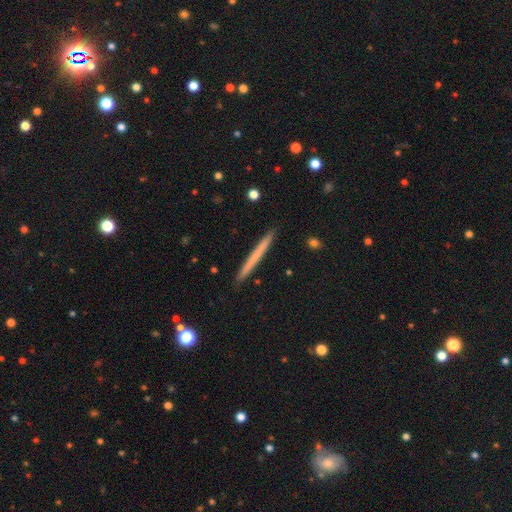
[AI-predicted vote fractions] A smooth galaxy with no disk features (59%) that is cigar-shaped (97%).

Vote fractions:
- Smooth or featured? smooth: 59% / featured or disk: 36% / star or artifact: 5%
- How rounded? cigar-shaped: 97% / in between: 1% / round: 1%
- Merging? none: 92% / minor disturbance: 6% / major disturbance: 1% / merger: 1%